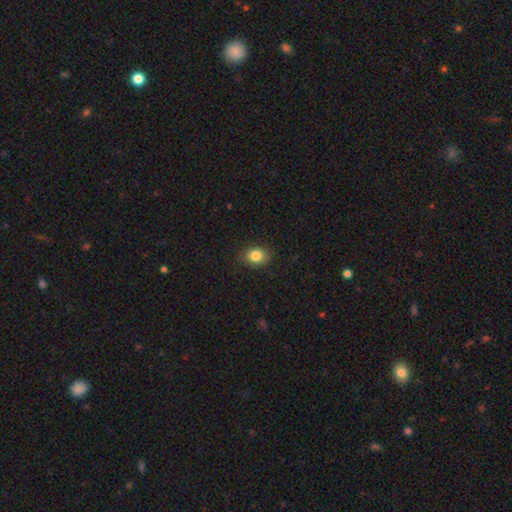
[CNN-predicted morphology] This appears to be a smooth galaxy with no disk features (85%) that is in between round and cigar-shaped (58%). Merging: none (87%).